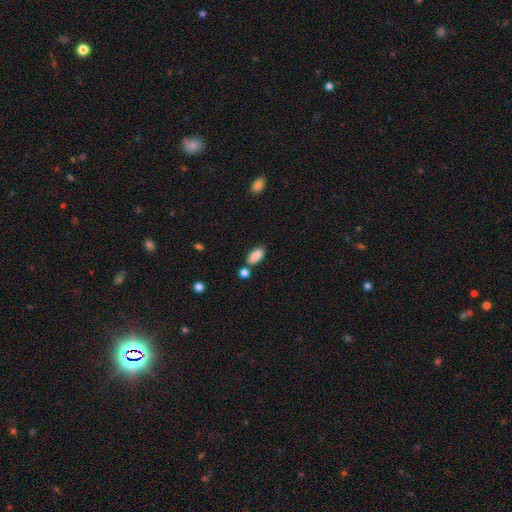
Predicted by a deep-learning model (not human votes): Smooth or featured? Predicted: smooth (p=0.87). How rounded? Predicted: in between (p=0.90). Merging? Predicted: none (p=0.69).